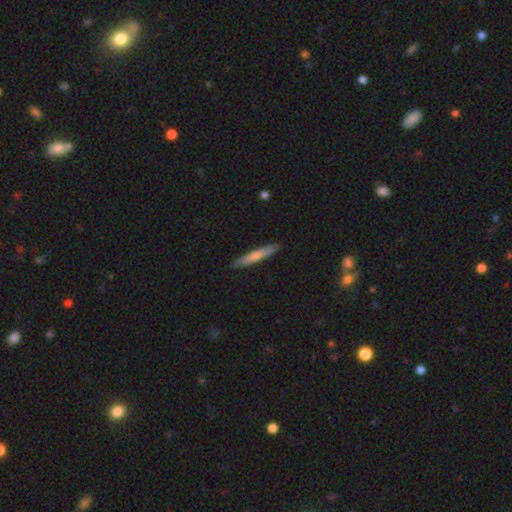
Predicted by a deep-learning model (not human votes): The model was most divided on "smooth or featured": smooth: 70%, featured or disk: 25%, star or artifact: 5%. More confident: how rounded — cigar-shaped (94%); merging — none (90%).